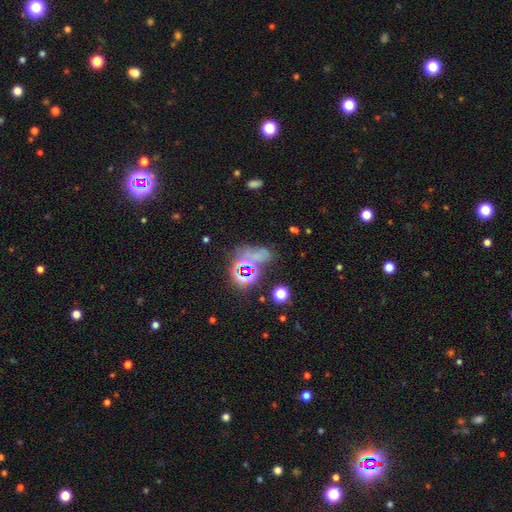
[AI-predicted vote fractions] smooth-or-featured: star or artifact: 55% | smooth: 31% | featured or disk: 14%